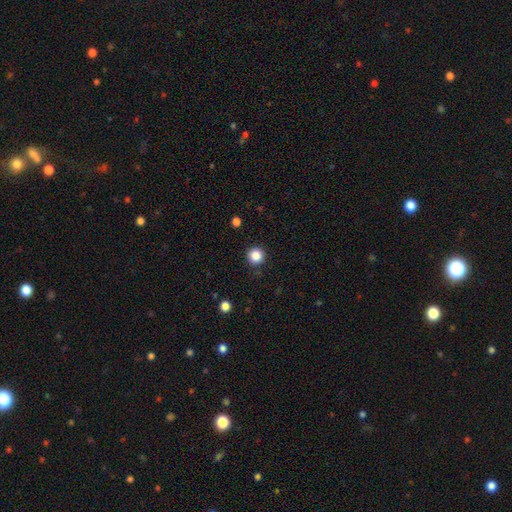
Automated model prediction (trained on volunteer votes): A smooth galaxy with no disk features (86%) that is round (96%).

Vote fractions:
- Smooth or featured? smooth: 86% / star or artifact: 11% / featured or disk: 4%
- How rounded? round: 96% / in between: 3% / cigar-shaped: 1%
- Merging? none: 92% / minor disturbance: 5% / major disturbance: 2% / merger: 1%